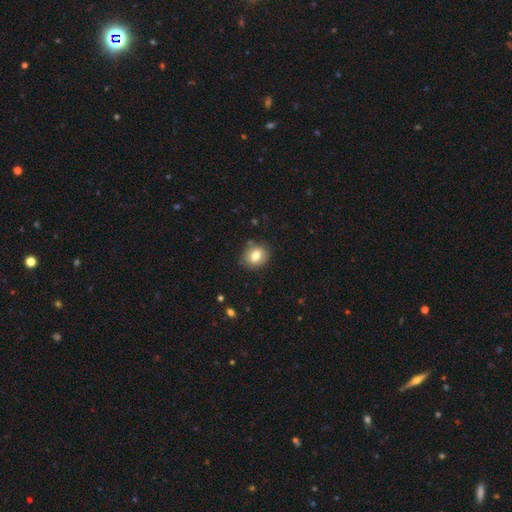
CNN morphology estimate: smooth_or_featured: smooth (p=0.76) [alt: featured or disk p=0.14]
how_rounded: round (p=0.60) [alt: in between p=0.39]
merging: none (p=0.84) [alt: minor disturbance p=0.11]